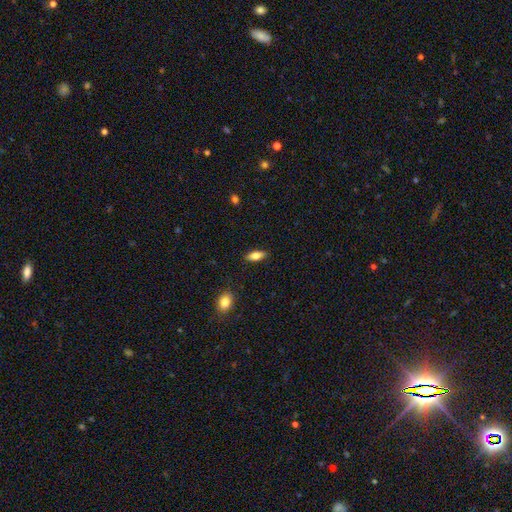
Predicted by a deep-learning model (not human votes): smooth-or-featured: smooth: 73% | featured or disk: 20% | star or artifact: 7%
  how-rounded: in between: 76% | cigar-shaped: 21% | round: 3%
  merging: none: 87% | minor disturbance: 9% | major disturbance: 2% | merger: 1%